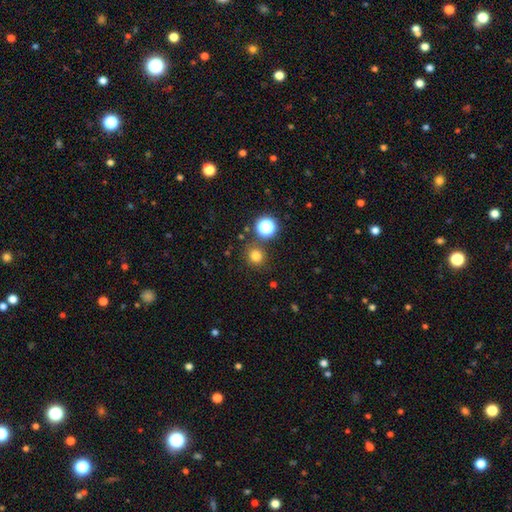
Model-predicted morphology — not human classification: smooth_or_featured: smooth (p=0.77) [alt: star or artifact p=0.18]
how_rounded: round (p=0.90) [alt: in between p=0.10]
merging: none (p=0.84) [alt: minor disturbance p=0.08]